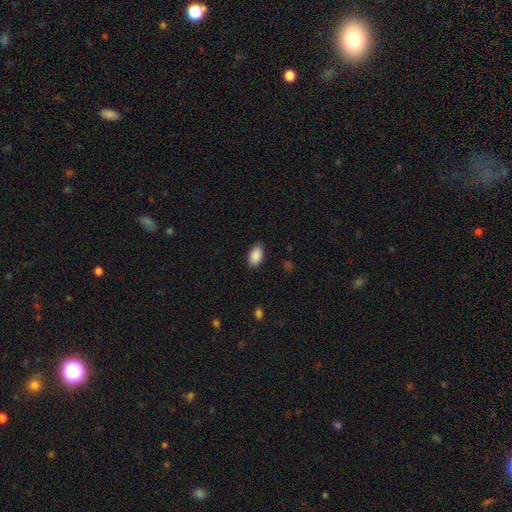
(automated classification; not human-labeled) Morphology: type=smooth (90%); roundness=in between (94%); merging=none (86%).